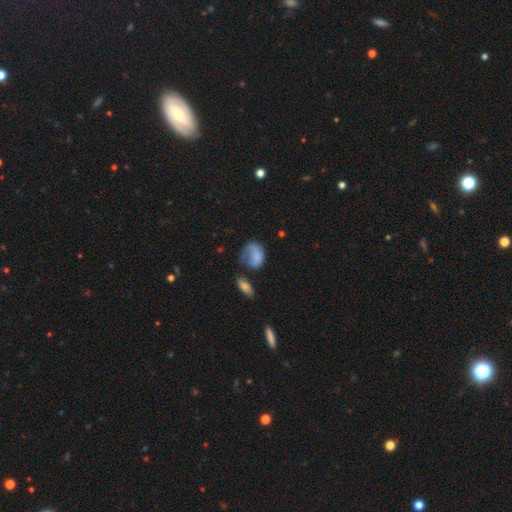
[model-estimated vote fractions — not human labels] Smooth or featured? Predicted: smooth (p=0.61). How rounded? Predicted: in between (p=0.68). Merging? Predicted: major disturbance (p=0.43).